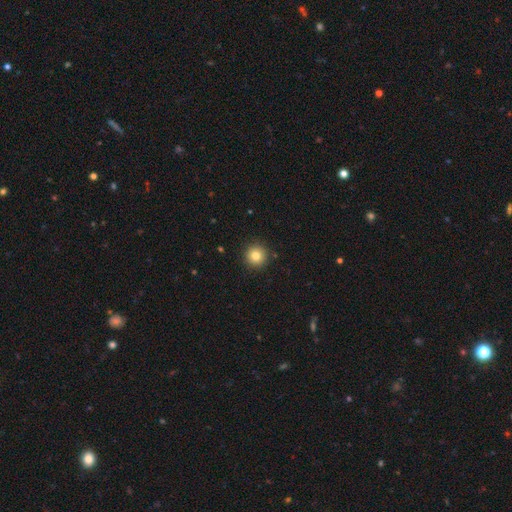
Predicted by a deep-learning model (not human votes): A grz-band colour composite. It shows a smooth galaxy with no disk features (82%) that is round (95%). Merging: none (92%).